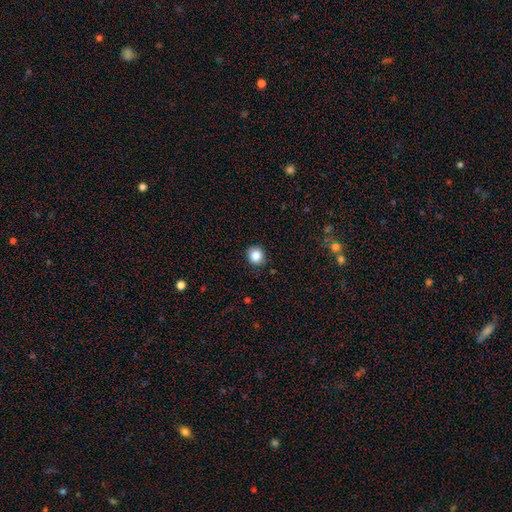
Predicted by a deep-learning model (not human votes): A smooth galaxy with no disk features (86%) that is round (87%). Merging: none (87%).